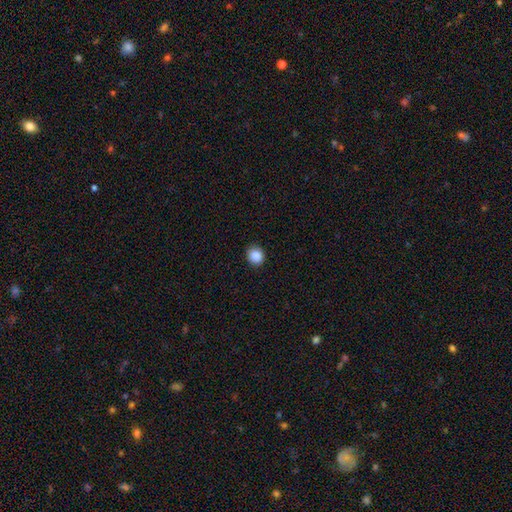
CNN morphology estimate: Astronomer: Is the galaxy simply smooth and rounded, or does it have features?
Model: smooth — 88%.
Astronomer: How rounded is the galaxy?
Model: round — 85%.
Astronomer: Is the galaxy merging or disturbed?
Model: none — 88%.